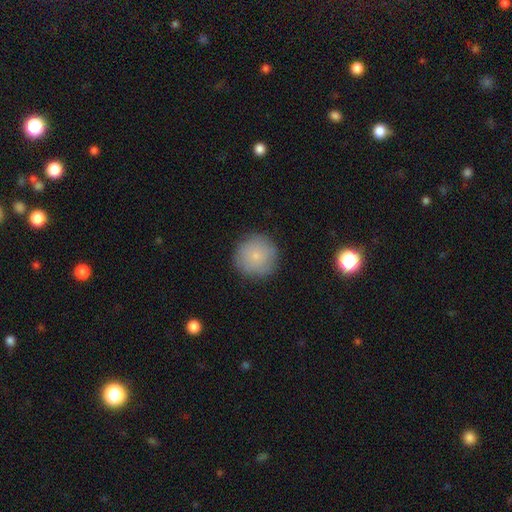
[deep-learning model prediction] Morphology: type=smooth (76%); roundness=round (95%); merging=none (87%).